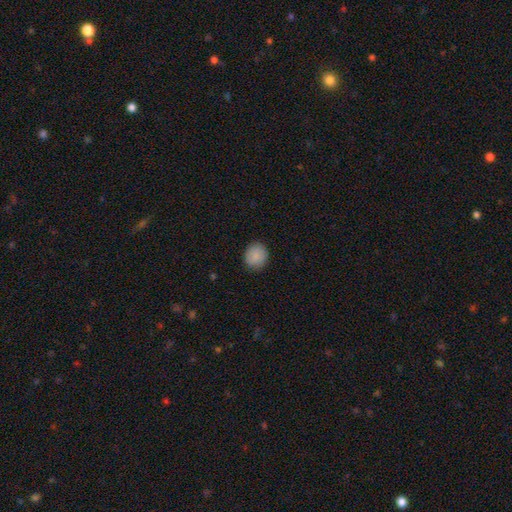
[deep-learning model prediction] Morphology: type=smooth (89%); roundness=round (81%); merging=none (89%).